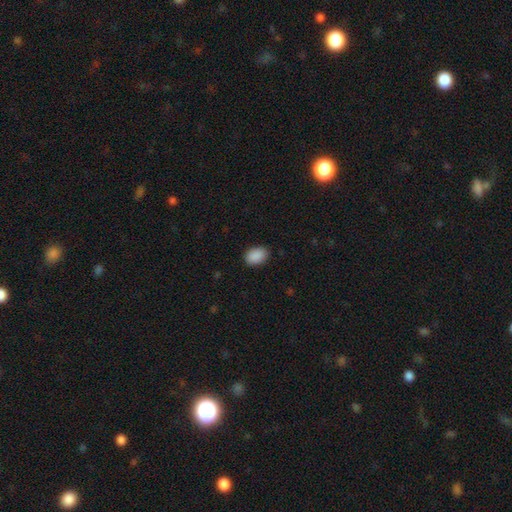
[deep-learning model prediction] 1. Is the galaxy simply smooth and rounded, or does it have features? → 90% smooth, 7% star or artifact, 2% featured or disk.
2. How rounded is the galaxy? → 82% in between, 17% round, 1% cigar-shaped.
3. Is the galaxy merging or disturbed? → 86% none, 11% minor disturbance, 2% major disturbance, 1% merger.